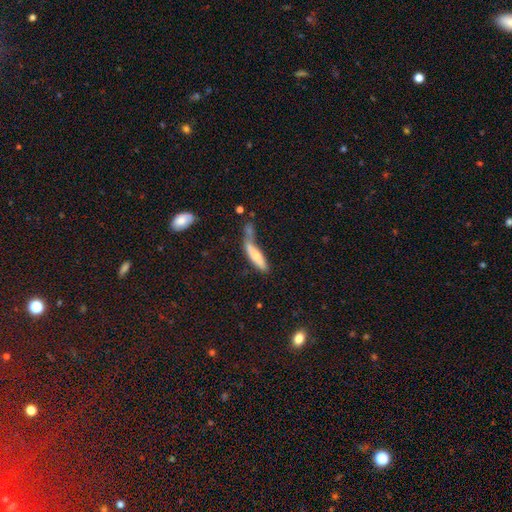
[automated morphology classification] type=smooth (65%); roundness=cigar-shaped (70%); merging=merger (40%).